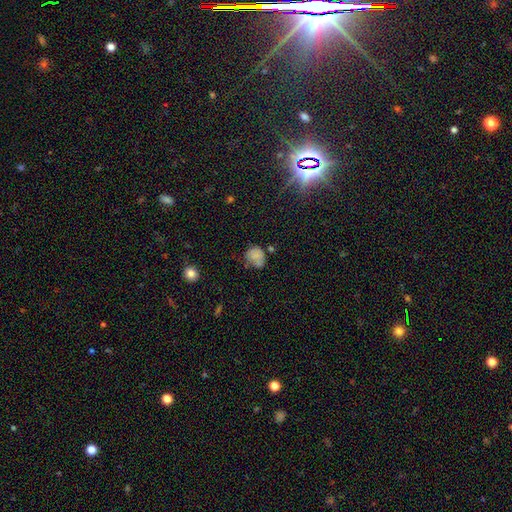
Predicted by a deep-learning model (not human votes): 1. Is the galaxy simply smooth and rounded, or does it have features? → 74% smooth, 13% featured or disk, 13% star or artifact.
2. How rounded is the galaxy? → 63% round, 36% in between, 1% cigar-shaped.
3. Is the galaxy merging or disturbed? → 46% none, 31% minor disturbance, 12% major disturbance, 11% merger.